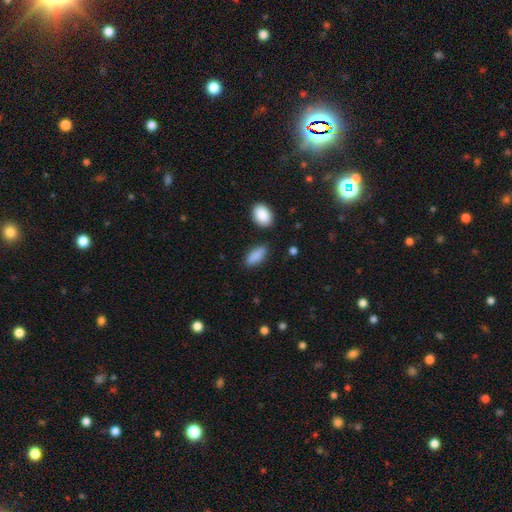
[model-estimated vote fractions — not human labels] This is clearly a smooth galaxy (88%). How rounded: likely in between (77%). Merging: clearly none (82%).